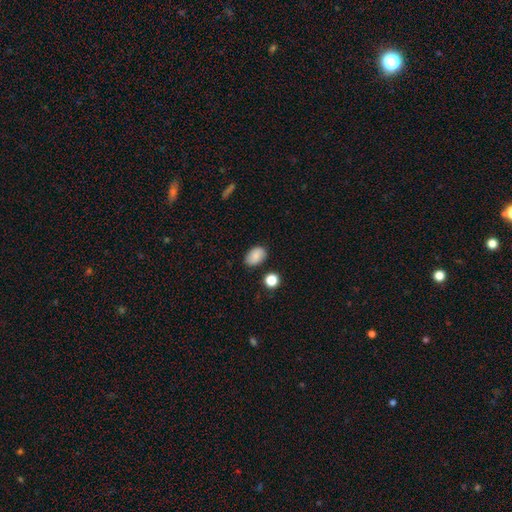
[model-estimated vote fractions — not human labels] The model was most divided on "merging": none: 81%, minor disturbance: 13%, merger: 3%, major disturbance: 3%. More confident: how rounded — in between (85%); smooth or featured — smooth (83%).